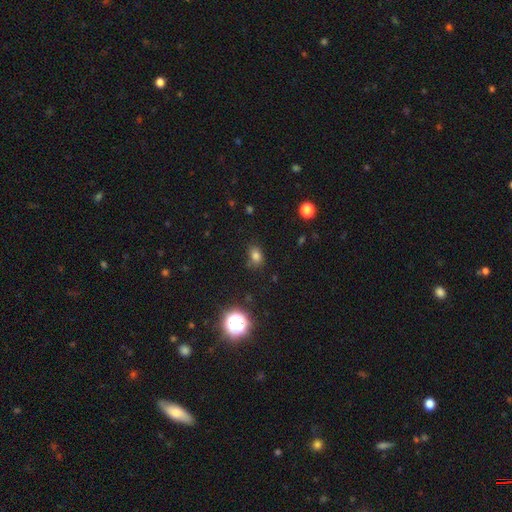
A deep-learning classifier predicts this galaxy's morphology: smooth_or_featured: smooth (p=0.76) [alt: star or artifact p=0.18]
how_rounded: in between (p=0.64) [alt: round p=0.34]
merging: none (p=0.74) [alt: minor disturbance p=0.18]